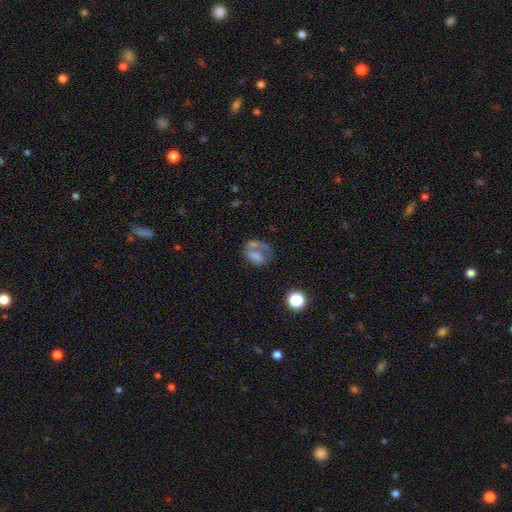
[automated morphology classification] smooth 48%, featured or disk 40%, star or artifact 12%. Down the decision tree: merging — none (38%).